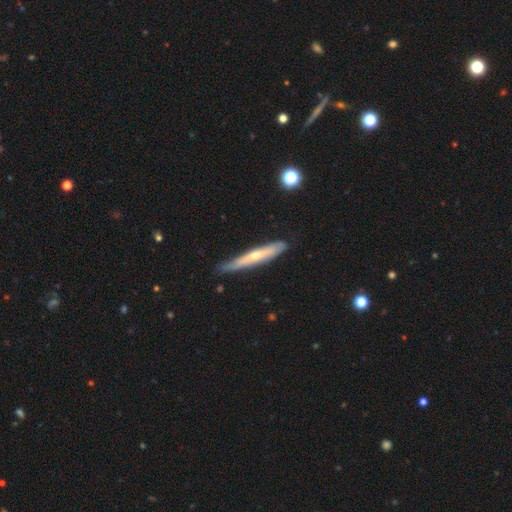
This is possibly a smooth galaxy (51%). How rounded: clearly cigar-shaped (95%). Merging: likely none (69%).